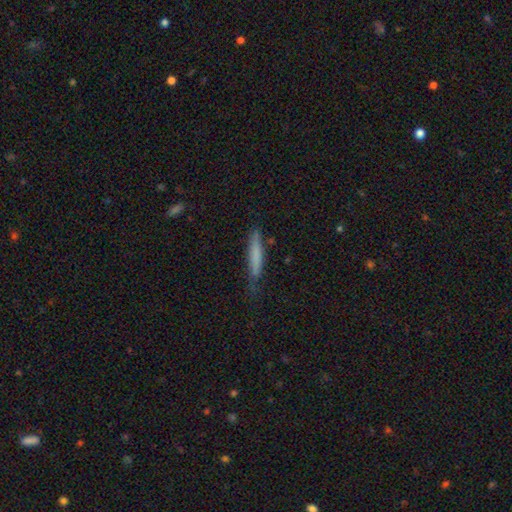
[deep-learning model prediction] smooth_or_featured: smooth (p=0.68) [alt: featured or disk p=0.25]
how_rounded: cigar-shaped (p=0.92) [alt: in between p=0.06]
merging: none (p=0.67) [alt: minor disturbance p=0.25]